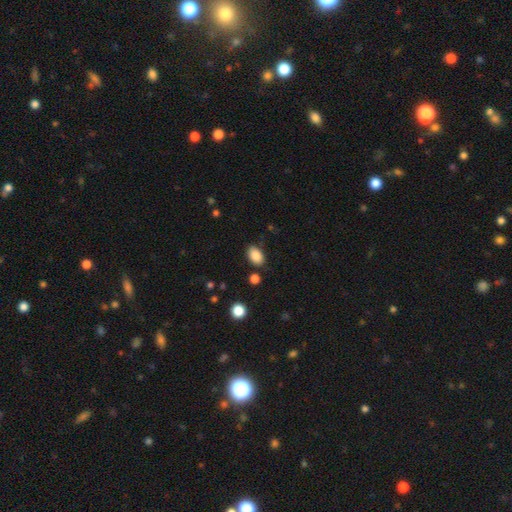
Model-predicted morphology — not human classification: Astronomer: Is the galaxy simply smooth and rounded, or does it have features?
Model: smooth — 87%.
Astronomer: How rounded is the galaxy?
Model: in between — 86%.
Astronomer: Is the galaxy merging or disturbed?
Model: none — 82%.